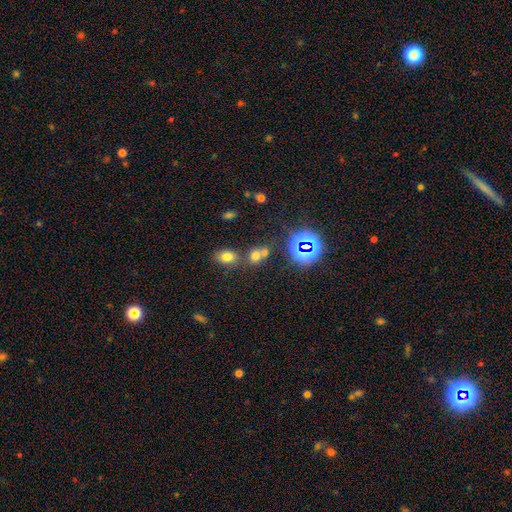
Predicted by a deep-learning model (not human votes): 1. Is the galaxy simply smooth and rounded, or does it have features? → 59% smooth, 30% star or artifact, 10% featured or disk.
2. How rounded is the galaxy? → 60% round, 38% in between, 2% cigar-shaped.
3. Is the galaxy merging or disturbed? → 46% none, 42% merger, 8% minor disturbance, 4% major disturbance.